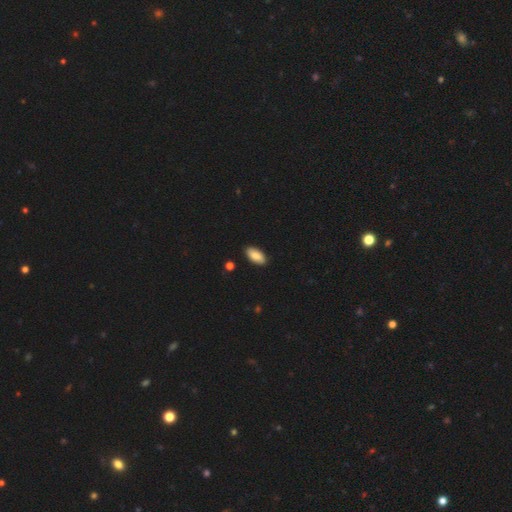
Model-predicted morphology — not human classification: Smooth or featured: smooth — 86% (featured or disk — 7%)
How rounded: in between — 92% (cigar-shaped — 6%)
Merging: none — 88% (minor disturbance — 9%)